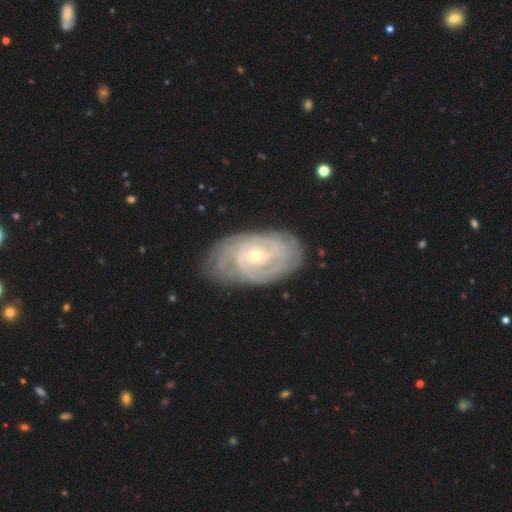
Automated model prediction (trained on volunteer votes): A featured or disk galaxy (84%) with no bar (68%), tight (75%) spiral arms (94%) and a small central bulge (70%).

Vote fractions:
- Smooth or featured? featured or disk: 84% / smooth: 11% / star or artifact: 5%
- Edge-on disk? no: 96% / yes: 4%
- Bar? no: 68% / weak: 26% / strong: 6%
- Spiral arms? yes: 94% / no: 6%
- Spiral winding? tight: 75% / medium: 21% / loose: 5%
- Spiral arm count? can't tell: 40% / 2: 21% / 3: 15% / 4: 12% / more than 4: 6% / 1: 5%
- Bulge size? small: 70% / moderate: 27% / large: 1% / none: 1% / dominant: 1%
- Merging? none: 75% / minor disturbance: 18% / major disturbance: 5% / merger: 1%